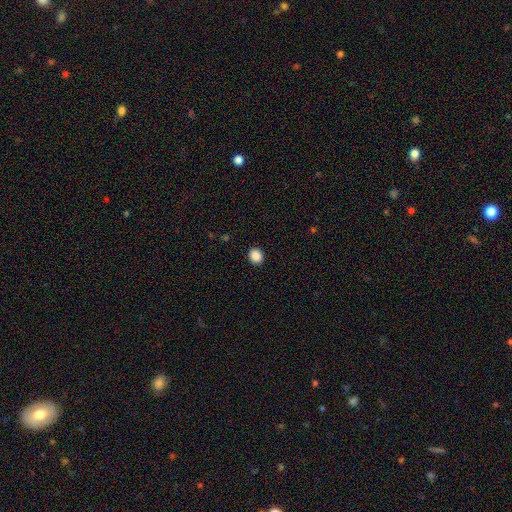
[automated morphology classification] Q: Smooth or featured?
A: smooth (88%); runner-up: star or artifact (9%)
Q: How rounded?
A: round (77%); runner-up: in between (22%)
Q: Merging?
A: none (92%); runner-up: minor disturbance (5%)